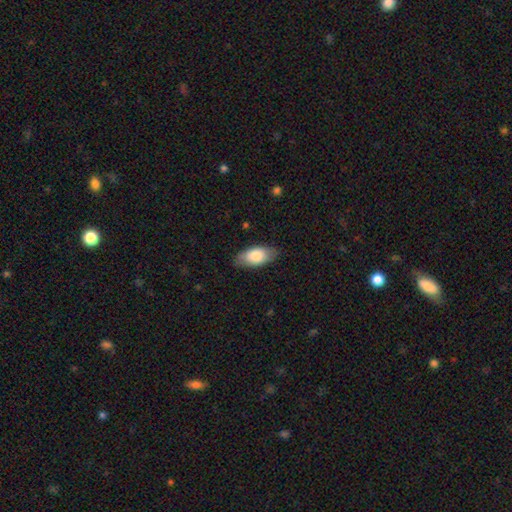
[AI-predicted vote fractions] Morphology: type=smooth (82%); roundness=in between (91%); merging=none (82%).